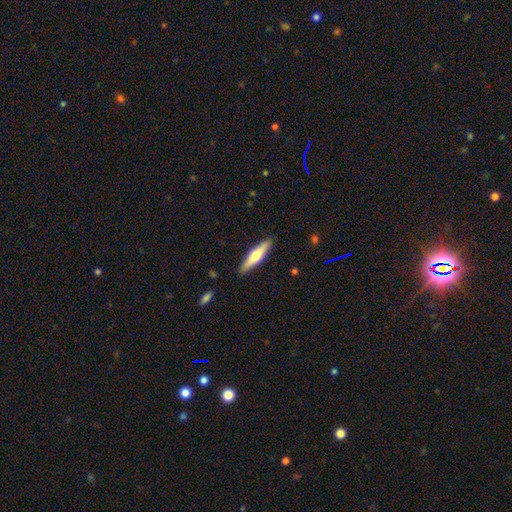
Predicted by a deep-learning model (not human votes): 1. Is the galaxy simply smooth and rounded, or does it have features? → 51% smooth, 44% featured or disk, 5% star or artifact.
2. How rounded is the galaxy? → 76% cigar-shaped, 22% in between, 2% round.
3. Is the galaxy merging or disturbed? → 89% none, 8% minor disturbance, 2% major disturbance, 1% merger.